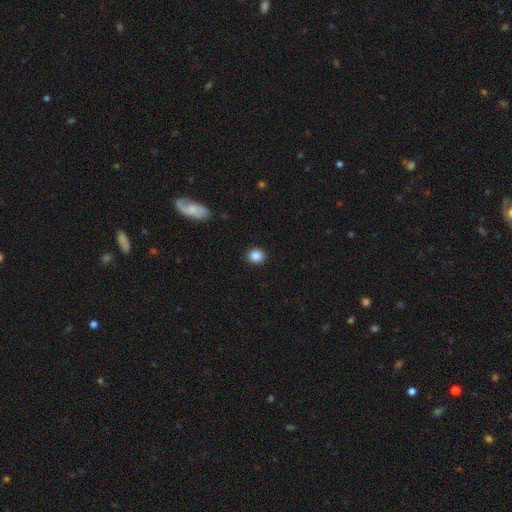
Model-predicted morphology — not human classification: The model was most divided on "how rounded": round: 77%, in between: 22%, cigar-shaped: 1%. More confident: merging — none (92%); smooth or featured — smooth (86%).